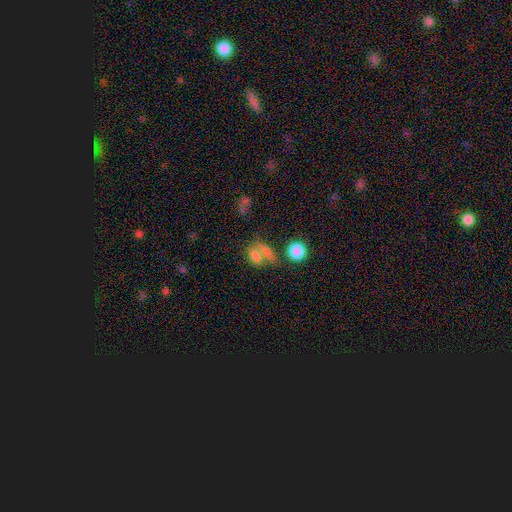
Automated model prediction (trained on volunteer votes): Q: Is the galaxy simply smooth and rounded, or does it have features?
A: smooth — 72%.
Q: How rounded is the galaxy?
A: in between — 67%.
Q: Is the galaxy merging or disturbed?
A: merger — 47%.